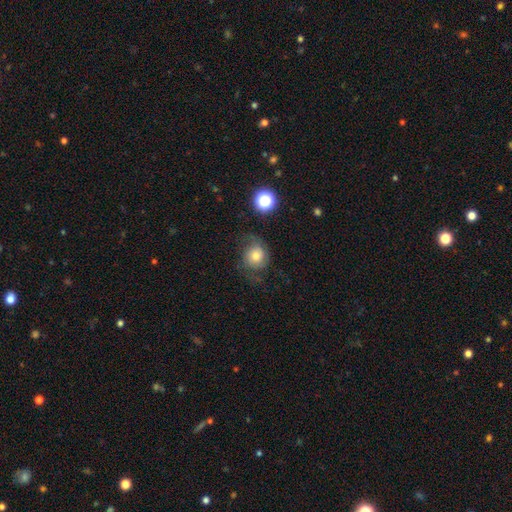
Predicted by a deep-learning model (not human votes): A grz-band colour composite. It shows a smooth galaxy with no disk features (54%) that is round (78%). Merging: none (52%).